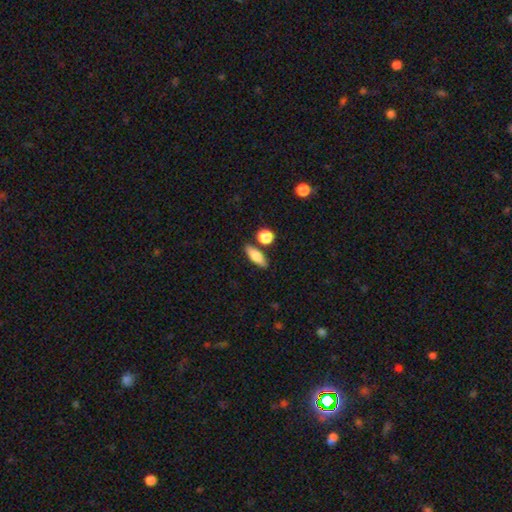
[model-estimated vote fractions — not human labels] Overall: smooth (75%). How rounded: in between (61%; cigar-shaped 33%). Merging: none (78%).